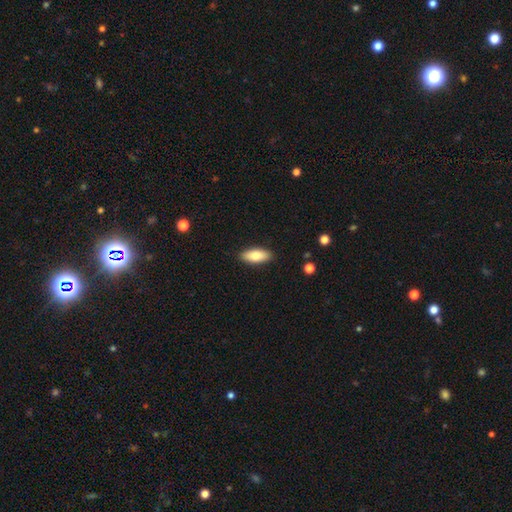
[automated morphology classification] Smooth or featured? smooth (80%)
How rounded? in between (80%)
Merging? none (89%)